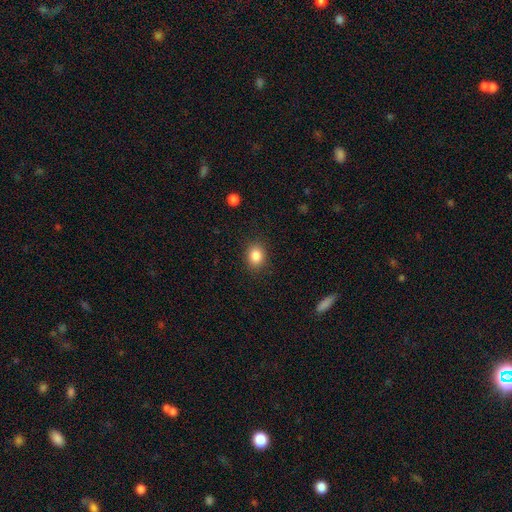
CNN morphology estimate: Overall: smooth (85%). How rounded: round (53%; in between 46%). Merging: none (87%).